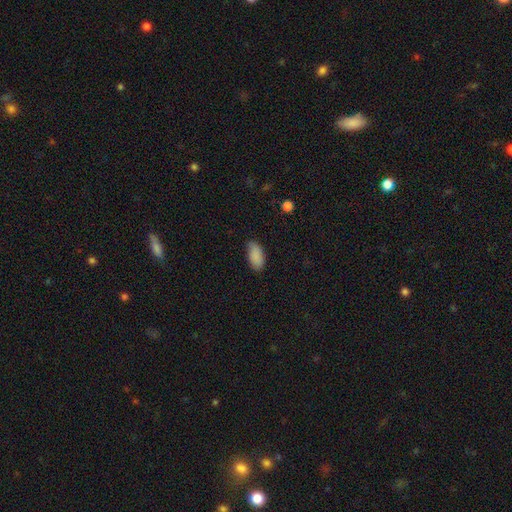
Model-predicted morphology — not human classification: A smooth galaxy with no disk features (88%) that is in between round and cigar-shaped (93%). Merging: none (76%).